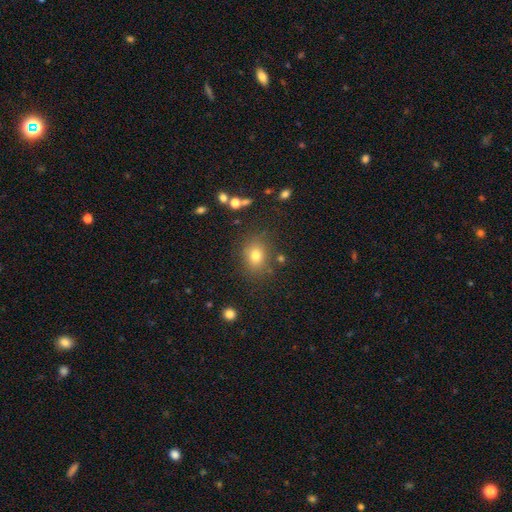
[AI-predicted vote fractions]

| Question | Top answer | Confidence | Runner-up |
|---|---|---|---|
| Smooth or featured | smooth | 76% | star or artifact (15%) |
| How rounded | in between | 51% | round (48%) |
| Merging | none | 80% | minor disturbance (12%) |